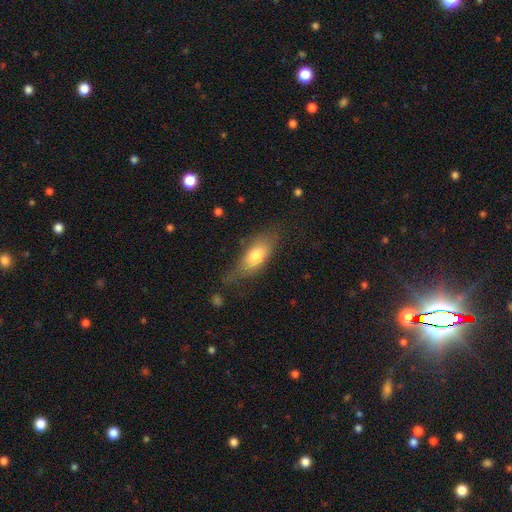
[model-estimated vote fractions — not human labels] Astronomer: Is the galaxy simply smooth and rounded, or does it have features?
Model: smooth — 72%.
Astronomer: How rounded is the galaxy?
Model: in between — 80%.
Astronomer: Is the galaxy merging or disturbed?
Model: none — 57%.